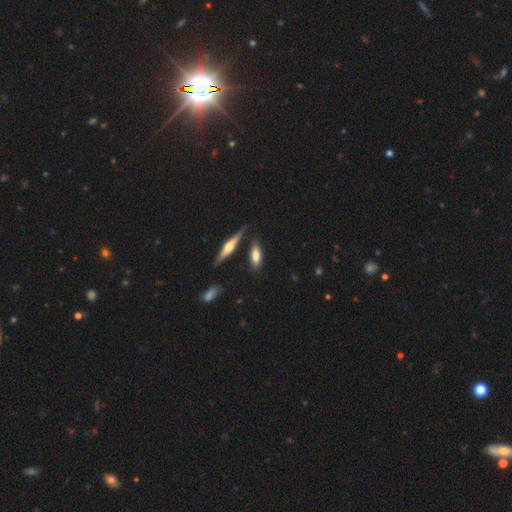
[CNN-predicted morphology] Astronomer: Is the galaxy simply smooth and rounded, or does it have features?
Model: smooth — 72%.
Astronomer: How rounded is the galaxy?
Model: in between — 63%.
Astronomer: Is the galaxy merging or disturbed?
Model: none — 74%.